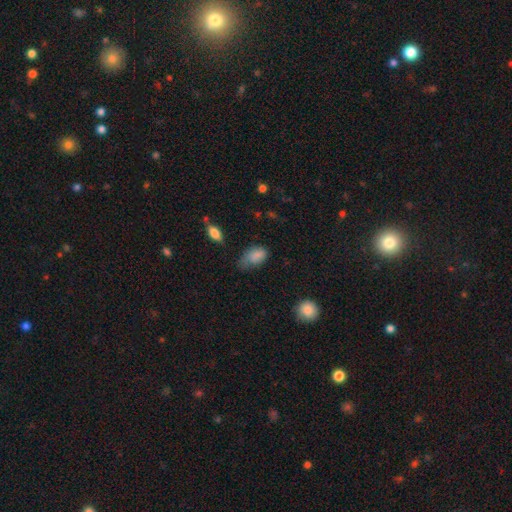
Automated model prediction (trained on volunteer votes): This is clearly a smooth galaxy (83%). How rounded: clearly in between (90%). Merging: marginally minor disturbance (41%).